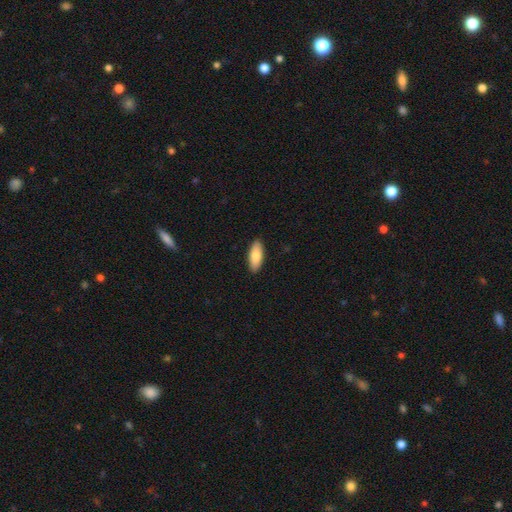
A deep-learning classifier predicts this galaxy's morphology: This is clearly a smooth galaxy (83%). How rounded: likely in between (76%). Merging: clearly none (90%).